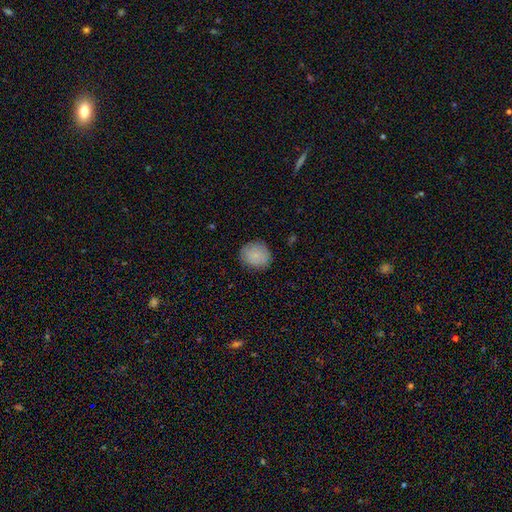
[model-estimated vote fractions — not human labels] Morphology: type=smooth (85%); roundness=round (81%); merging=none (85%).